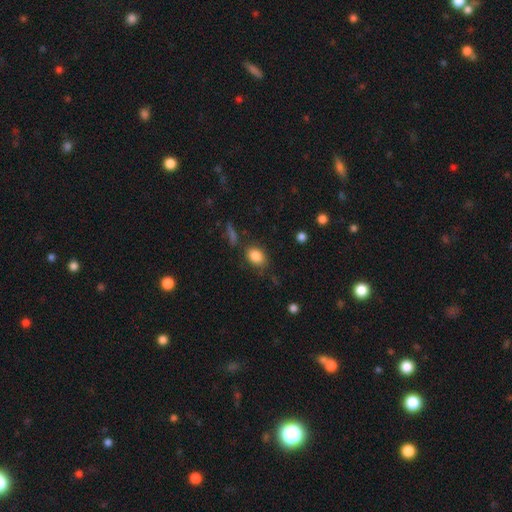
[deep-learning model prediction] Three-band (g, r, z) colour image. It shows a smooth galaxy with no disk features (85%) that is in between round and cigar-shaped (71%). Merging: none (75%).